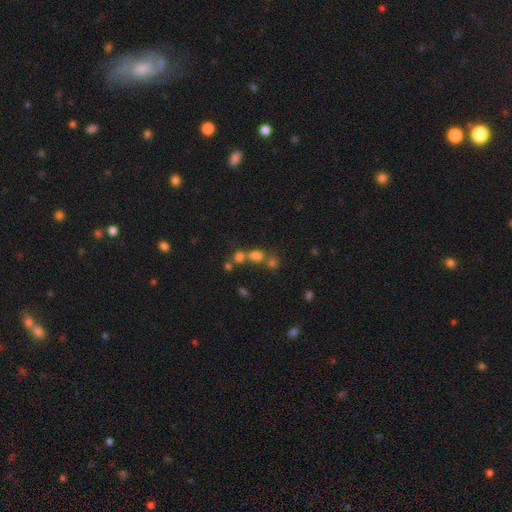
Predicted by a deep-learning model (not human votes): This appears to be a smooth galaxy with no disk features (68%) that is round (54%). Merging: merger (43%).